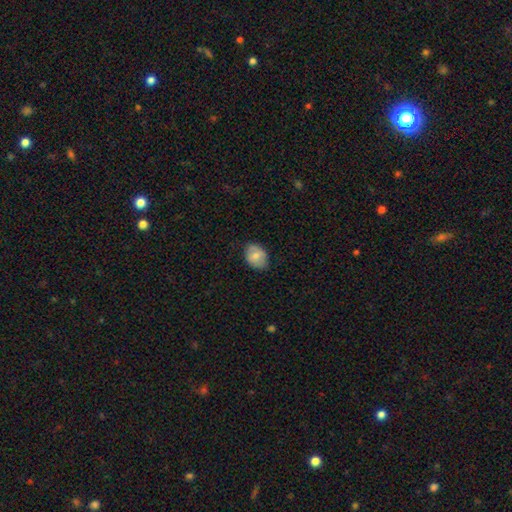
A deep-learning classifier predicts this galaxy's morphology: Smooth or featured: smooth — 70% (featured or disk — 23%)
How rounded: in between — 69% (round — 30%)
Merging: none — 77% (minor disturbance — 19%)